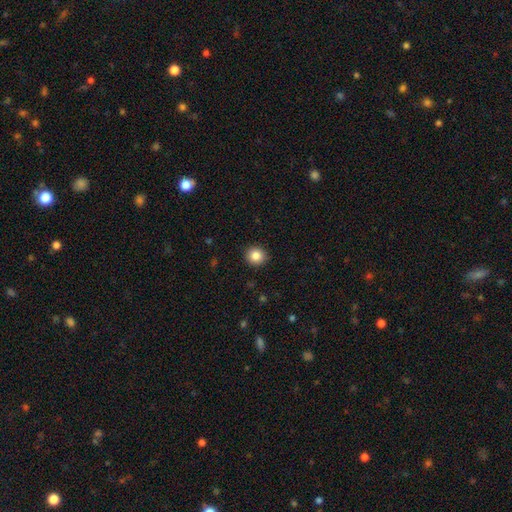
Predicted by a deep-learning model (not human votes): Smooth or featured? smooth (85%)
How rounded? round (87%)
Merging? none (92%)